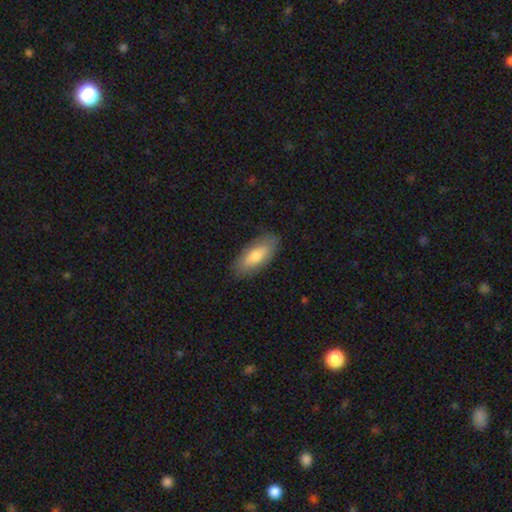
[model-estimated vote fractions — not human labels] Smooth or featured? Predicted: smooth (p=0.74). How rounded? Predicted: in between (p=0.83). Merging? Predicted: none (p=0.84).